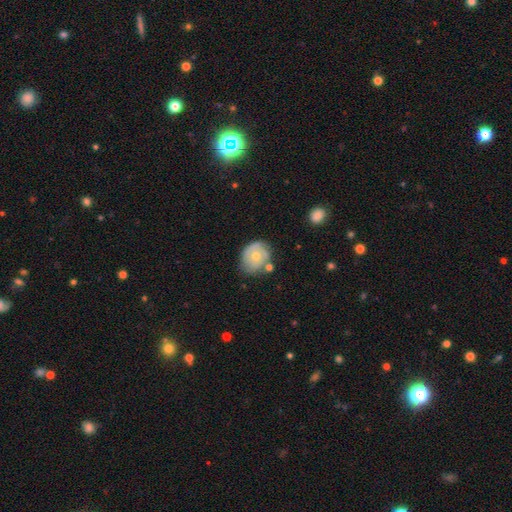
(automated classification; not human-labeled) featured or disk 52%, smooth 41%, star or artifact 7%. Down the decision tree: edge-on disk — no (96%); bar — no (84%); spiral arms — yes (60%); bulge size — moderate (58%); merging — none (57%).